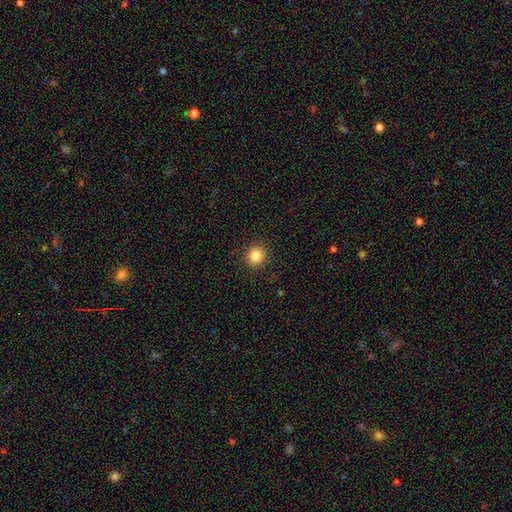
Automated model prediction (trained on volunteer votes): This appears to be a smooth galaxy with no disk features (85%) that is round (88%). Merging: none (90%).